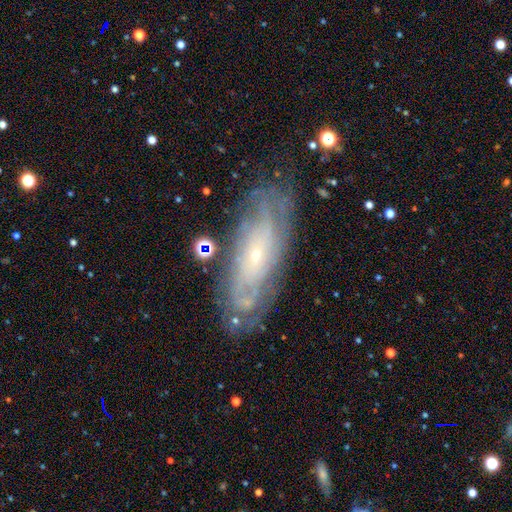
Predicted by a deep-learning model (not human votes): A featured or disk galaxy (79%) with no bar (79%), tight (75%) spiral arms (90%) and a small central bulge (86%). Merging: none (79%).